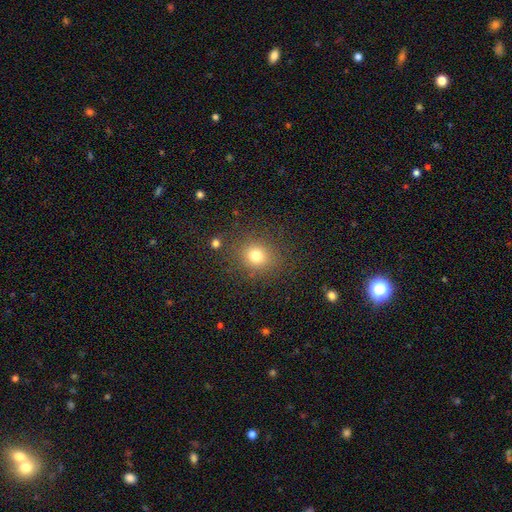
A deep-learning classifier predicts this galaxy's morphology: A smooth galaxy with no disk features (76%) that is round (81%). Merging: none (85%).